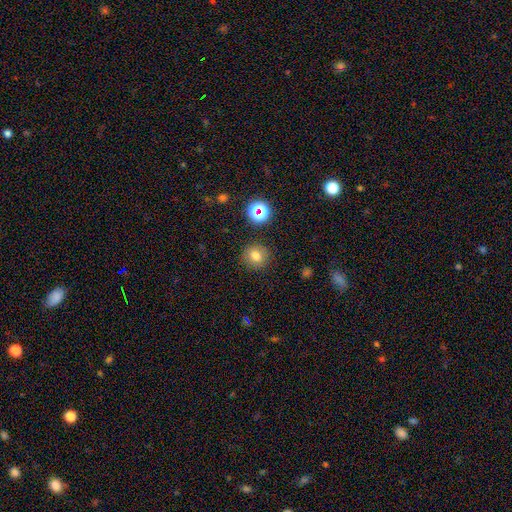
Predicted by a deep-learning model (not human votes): Overall: smooth (74%). How rounded: round (91%). Merging: none (88%).